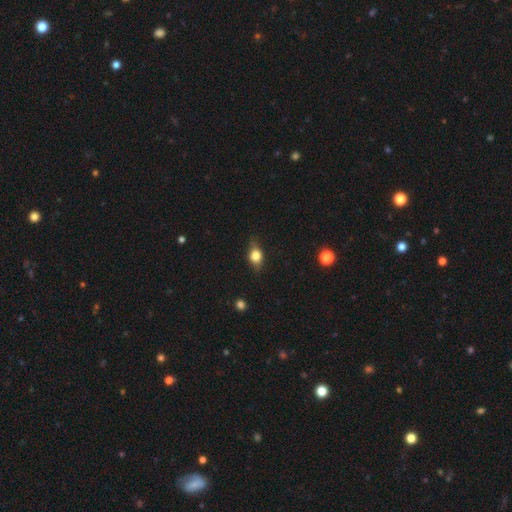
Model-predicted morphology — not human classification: This is likely a smooth galaxy (65%). How rounded: possibly in between (59%). Merging: likely none (77%).